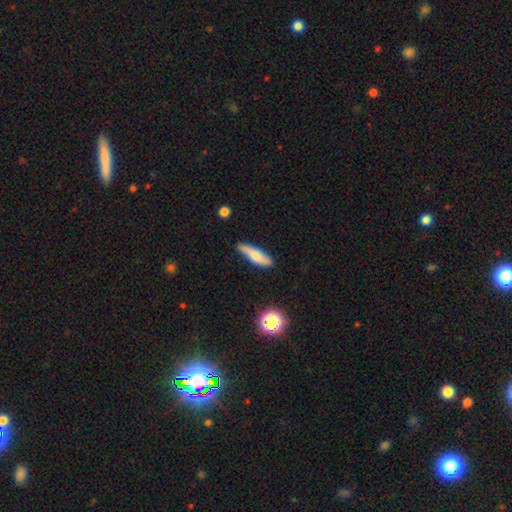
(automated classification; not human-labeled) A smooth galaxy with no disk features (68%) that is cigar-shaped (64%). Merging: none (70%).